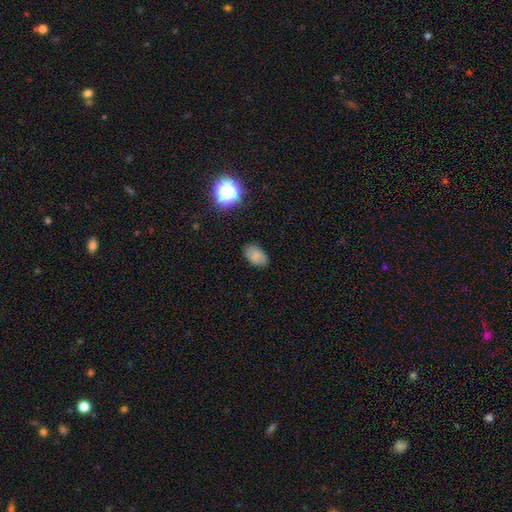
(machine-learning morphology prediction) Q: Smooth or featured?
A: smooth (78%); runner-up: star or artifact (13%)
Q: How rounded?
A: in between (88%); runner-up: round (10%)
Q: Merging?
A: none (79%); runner-up: minor disturbance (16%)